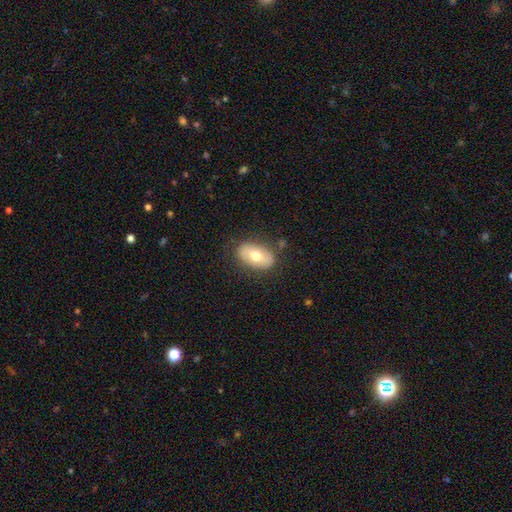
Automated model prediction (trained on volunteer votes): Morphology: type=smooth (62%); roundness=in between (91%); merging=none (81%).